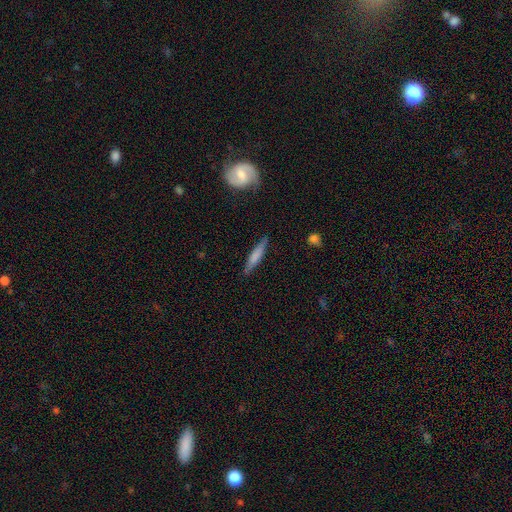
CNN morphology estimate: Overall: smooth (68%). How rounded: cigar-shaped (89%). Merging: none (85%).